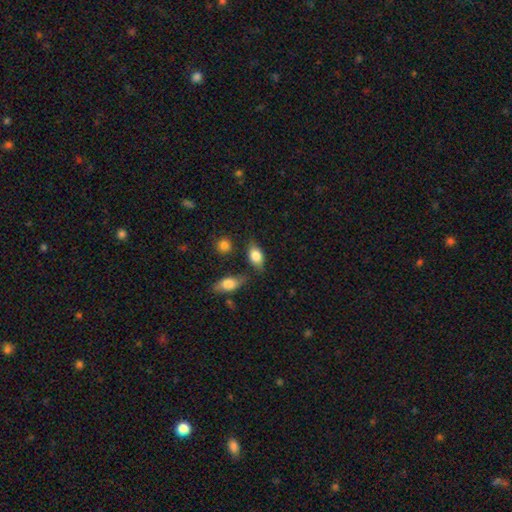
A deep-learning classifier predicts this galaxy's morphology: Overall: smooth (79%). How rounded: in between (86%). Merging: none (69%).